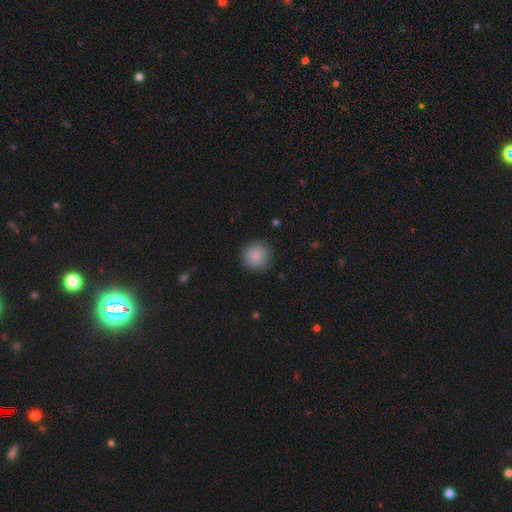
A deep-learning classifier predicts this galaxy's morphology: A smooth galaxy with no disk features (88%) that is round (94%).

Vote fractions:
- Smooth or featured? smooth: 88% / star or artifact: 8% / featured or disk: 4%
- How rounded? round: 94% / in between: 5% / cigar-shaped: 1%
- Merging? none: 89% / minor disturbance: 8% / major disturbance: 2% / merger: 1%